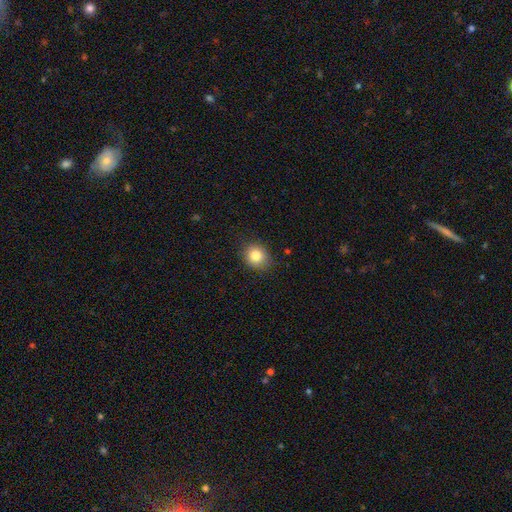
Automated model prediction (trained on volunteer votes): This appears to be a smooth galaxy with no disk features (82%) that is round (79%). Merging: none (85%).